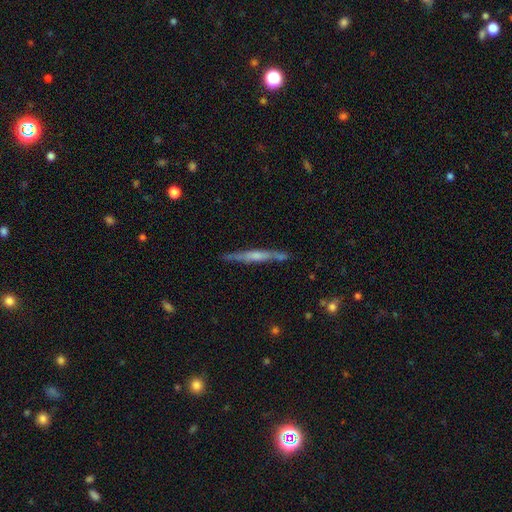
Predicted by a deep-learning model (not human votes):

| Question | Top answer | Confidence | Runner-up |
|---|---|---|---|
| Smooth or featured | featured or disk | 59% | smooth (35%) |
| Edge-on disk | yes | 95% | no (5%) |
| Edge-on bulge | rounded | 40% | none (37%) |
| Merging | none | 81% | minor disturbance (13%) |